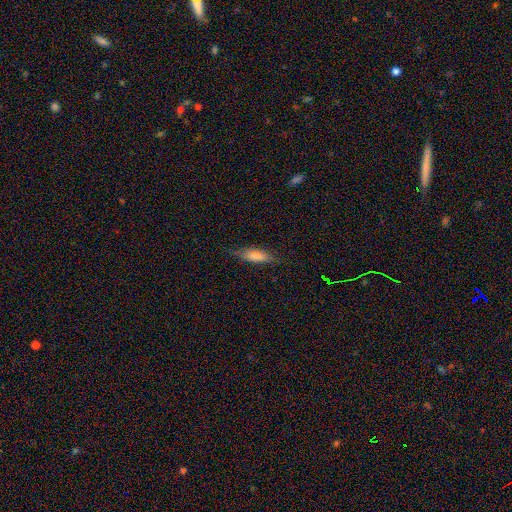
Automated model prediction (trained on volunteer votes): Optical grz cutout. It shows a smooth galaxy with no disk features (70%) that is cigar-shaped (53%). Merging: none (78%).